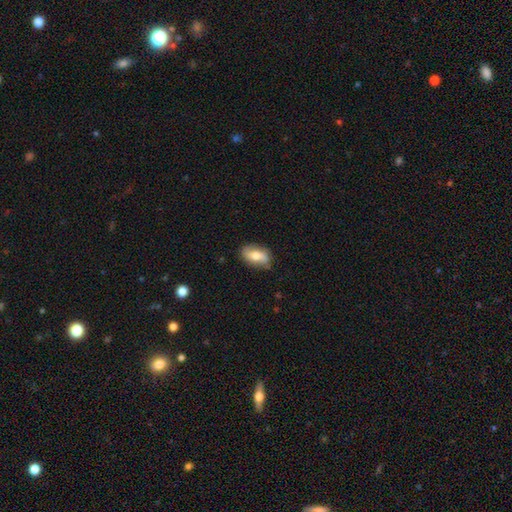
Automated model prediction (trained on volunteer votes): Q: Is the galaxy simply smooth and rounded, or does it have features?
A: smooth — 56%.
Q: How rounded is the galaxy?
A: in between — 87%.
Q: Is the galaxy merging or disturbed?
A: none — 75%.